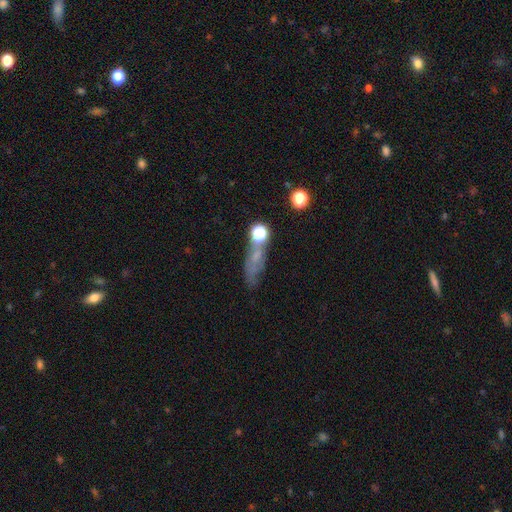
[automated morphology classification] smooth 43%, star or artifact 29%, featured or disk 28%. Down the decision tree: merging — none (56%).